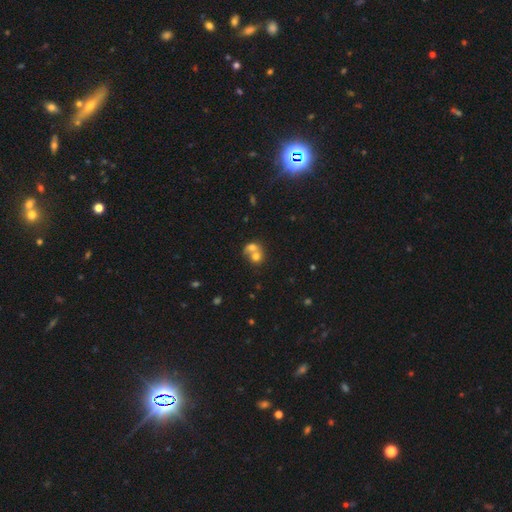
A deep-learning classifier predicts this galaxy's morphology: smooth-or-featured: smooth: 66% | featured or disk: 23% | star or artifact: 11%
  how-rounded: round: 68% | in between: 31% | cigar-shaped: 1%
  merging: merger: 70% | none: 21% | minor disturbance: 5% | major disturbance: 3%